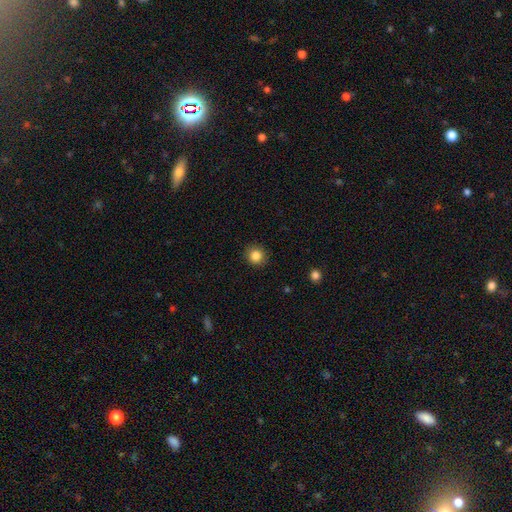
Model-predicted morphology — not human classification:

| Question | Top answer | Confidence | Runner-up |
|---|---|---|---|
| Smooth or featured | smooth | 85% | star or artifact (10%) |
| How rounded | round | 91% | in between (8%) |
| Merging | none | 91% | minor disturbance (6%) |